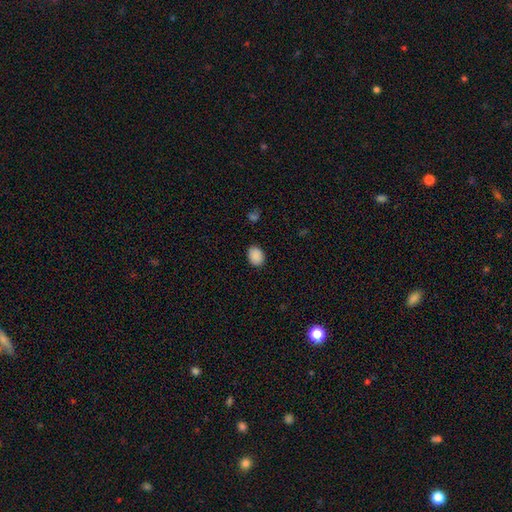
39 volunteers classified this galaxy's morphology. A smooth galaxy with no disk features (82%) that is in between round and cigar-shaped (59%).

Vote fractions:
- Smooth or featured? smooth: 82% / star or artifact: 13% / featured or disk: 5%
- How rounded? in between: 59% / round: 41% / cigar-shaped: 0%
- Merging? none: 71% / minor disturbance: 18% / major disturbance: 6% / merger: 6%